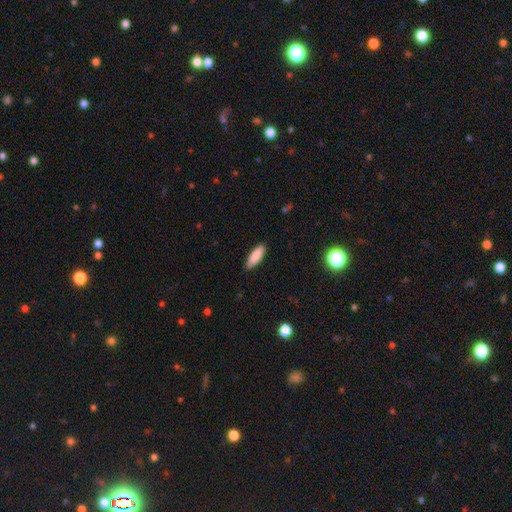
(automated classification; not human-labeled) A smooth galaxy with no disk features (89%) that is in between round and cigar-shaped (60%). Merging: none (88%).